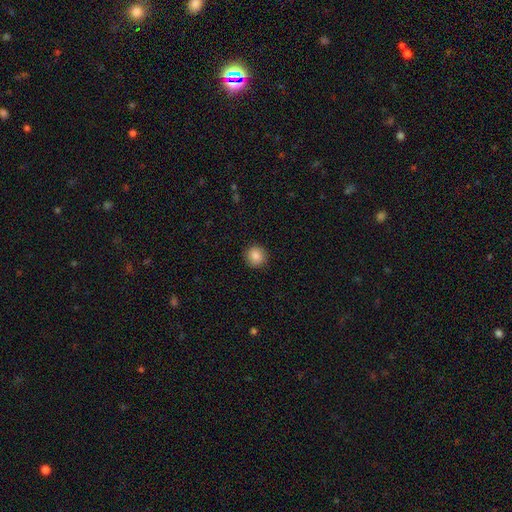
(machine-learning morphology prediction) This appears to be a smooth galaxy with no disk features (86%) that is round (93%). Merging: none (92%).